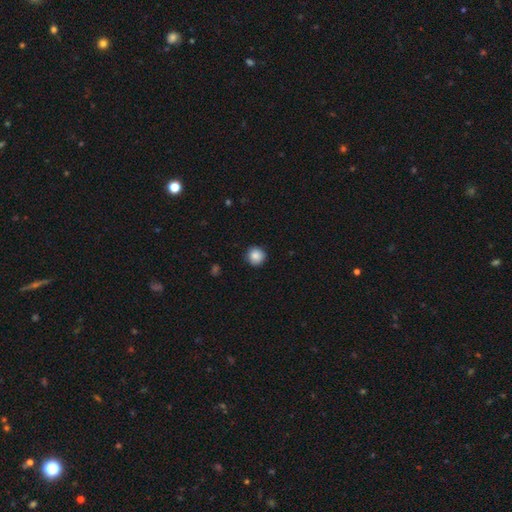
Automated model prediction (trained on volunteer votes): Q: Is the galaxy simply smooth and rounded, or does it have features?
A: smooth — 87%.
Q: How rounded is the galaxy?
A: round — 95%.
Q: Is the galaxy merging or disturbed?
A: none — 90%.